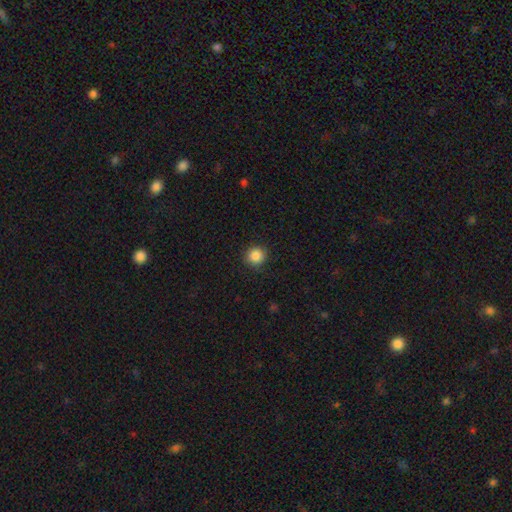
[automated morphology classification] Smooth or featured? Predicted: smooth (p=0.87). How rounded? Predicted: round (p=0.94). Merging? Predicted: none (p=0.90).